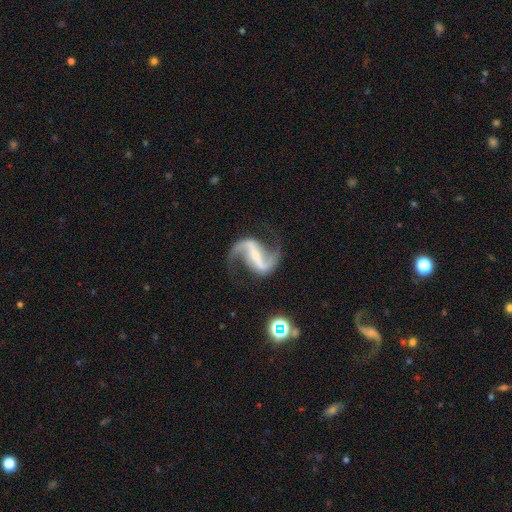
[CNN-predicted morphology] A featured or disk galaxy (91%) with a strong bar (65%), 2 (94%) loose (63%) spiral arms (97%) and a small central bulge (54%). Merging: none (77%).